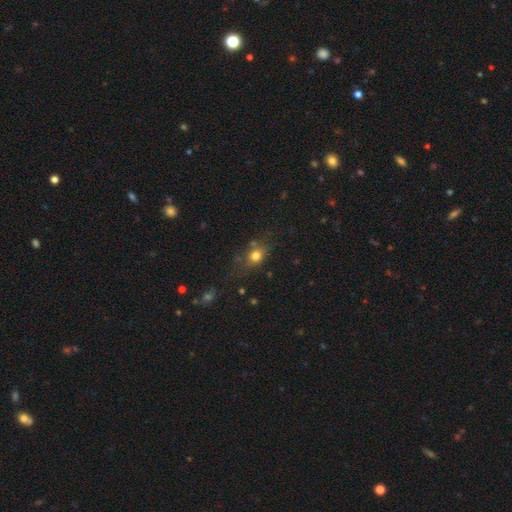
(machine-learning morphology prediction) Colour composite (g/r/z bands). It shows a smooth galaxy with no disk features (77%) that is round (52%). Merging: none (66%).